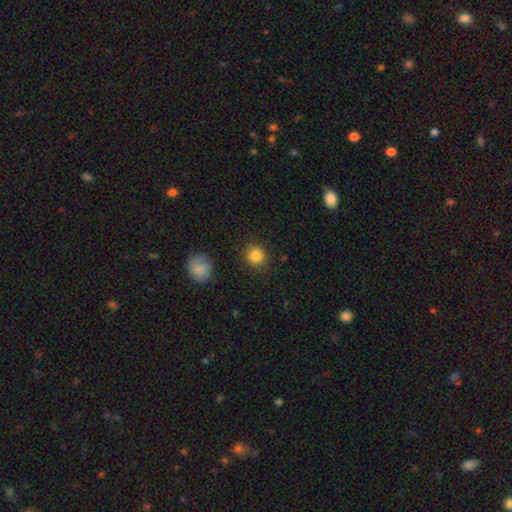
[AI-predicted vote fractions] A smooth galaxy with no disk features (85%) that is round (91%).

Vote fractions:
- Smooth or featured? smooth: 85% / star or artifact: 11% / featured or disk: 5%
- How rounded? round: 91% / in between: 8% / cigar-shaped: 1%
- Merging? none: 90% / minor disturbance: 6% / major disturbance: 2% / merger: 1%